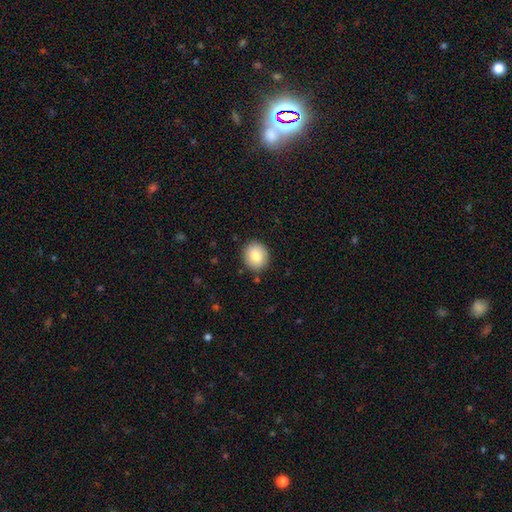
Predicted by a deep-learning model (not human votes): Smooth or featured: smooth — 82% (featured or disk — 10%)
How rounded: round — 74% (in between — 25%)
Merging: none — 87% (minor disturbance — 9%)